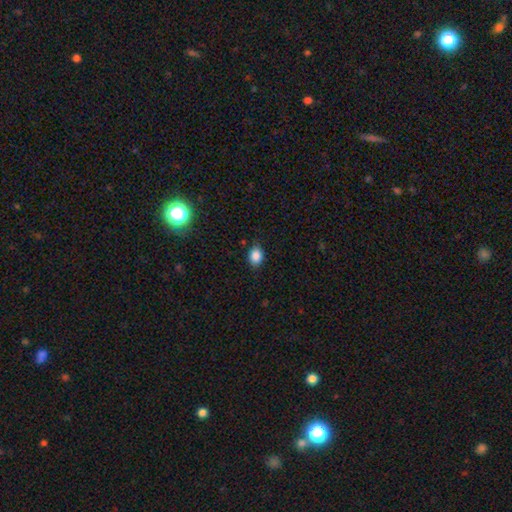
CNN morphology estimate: A smooth galaxy with no disk features (86%) that is in between round and cigar-shaped (69%). Merging: none (80%).